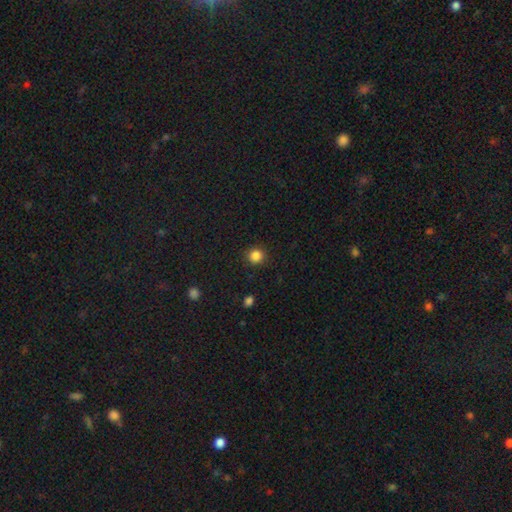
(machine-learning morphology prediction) smooth_or_featured: smooth (p=0.85) [alt: star or artifact p=0.12]
how_rounded: round (p=0.92) [alt: in between p=0.07]
merging: none (p=0.90) [alt: minor disturbance p=0.07]